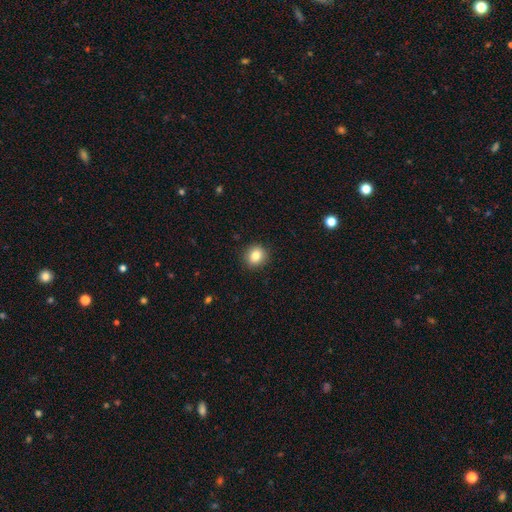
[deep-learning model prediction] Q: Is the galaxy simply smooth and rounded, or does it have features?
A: smooth — 84%.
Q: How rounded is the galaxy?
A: round — 82%.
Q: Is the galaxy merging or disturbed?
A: none — 91%.